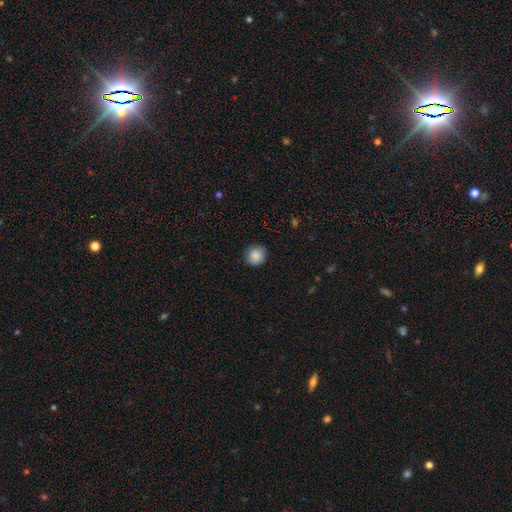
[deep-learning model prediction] Smooth or featured? smooth (87%)
How rounded? round (90%)
Merging? none (89%)